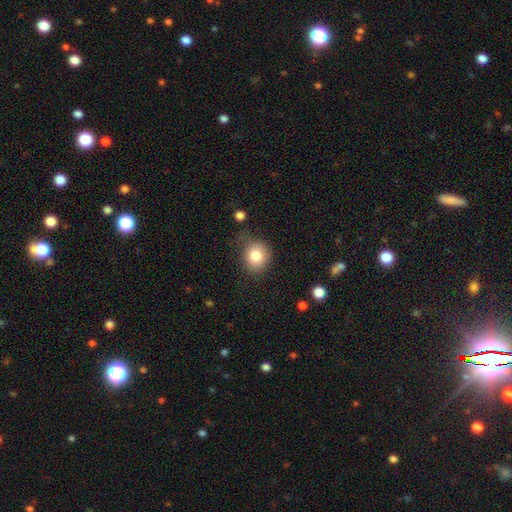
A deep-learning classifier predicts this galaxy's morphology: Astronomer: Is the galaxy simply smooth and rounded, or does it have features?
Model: smooth — 82%.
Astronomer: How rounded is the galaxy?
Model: round — 75%.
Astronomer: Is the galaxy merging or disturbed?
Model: none — 67%.